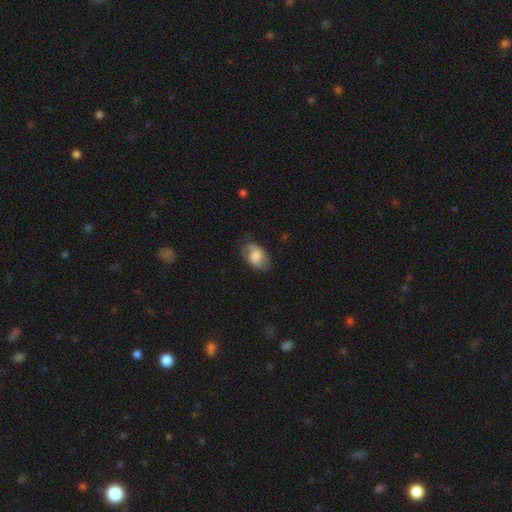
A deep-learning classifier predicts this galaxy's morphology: Q: Smooth or featured?
A: smooth (58%); runner-up: featured or disk (34%)
Q: How rounded?
A: in between (86%); runner-up: round (12%)
Q: Merging?
A: none (69%); runner-up: minor disturbance (23%)